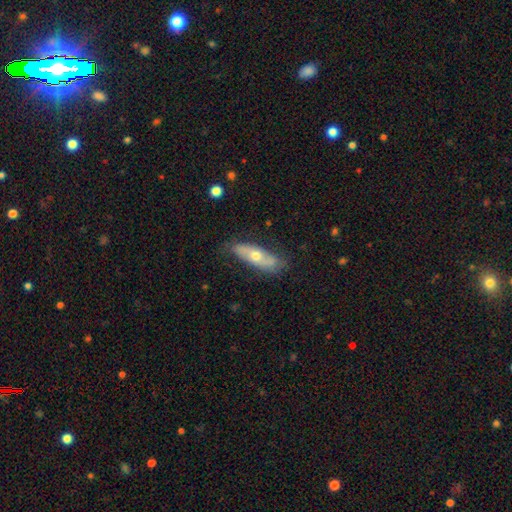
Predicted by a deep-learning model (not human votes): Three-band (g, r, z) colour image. It shows a featured or disk galaxy (50%). Merging: none (73%).